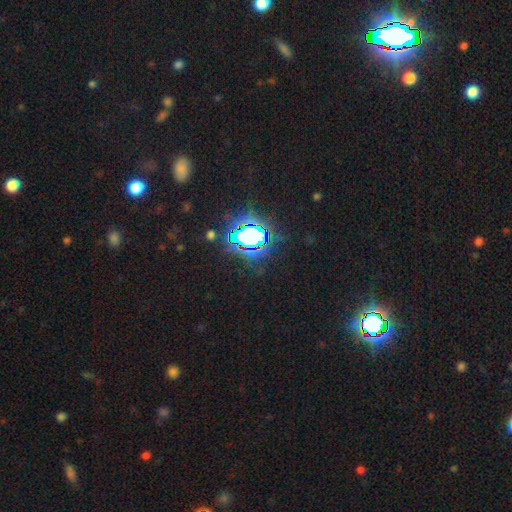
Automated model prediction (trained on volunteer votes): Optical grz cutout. It shows a star or artifact, not a galaxy (81%).